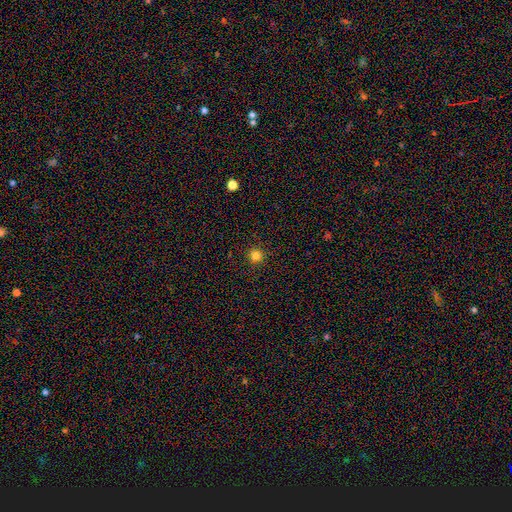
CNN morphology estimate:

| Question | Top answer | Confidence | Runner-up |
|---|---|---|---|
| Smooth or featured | smooth | 81% | star or artifact (15%) |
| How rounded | round | 95% | in between (4%) |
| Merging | none | 92% | minor disturbance (5%) |